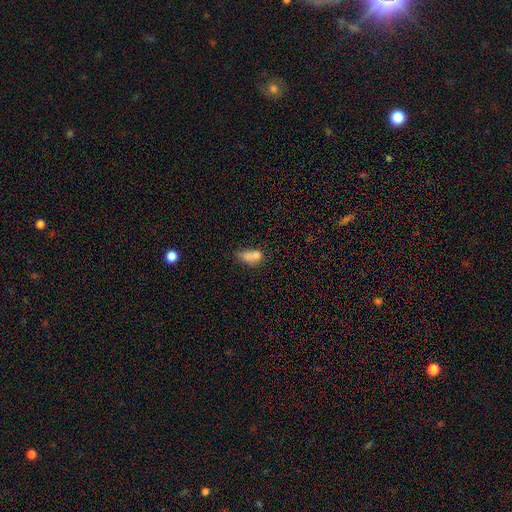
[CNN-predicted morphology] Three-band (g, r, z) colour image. It shows a smooth galaxy with no disk features (75%) that is in between round and cigar-shaped (81%). Merging: none (33%).